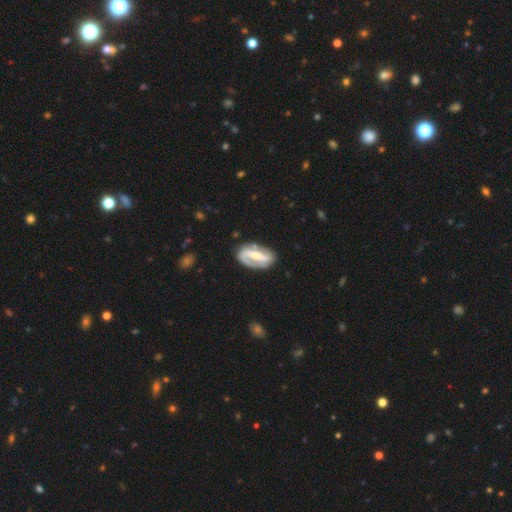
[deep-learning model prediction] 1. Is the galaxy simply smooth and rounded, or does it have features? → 81% featured or disk, 15% smooth, 4% star or artifact.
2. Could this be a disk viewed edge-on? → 94% no, 6% yes.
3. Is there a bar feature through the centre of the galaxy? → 61% strong, 25% weak, 14% no.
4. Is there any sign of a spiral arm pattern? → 84% yes, 16% no.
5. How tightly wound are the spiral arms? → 37% loose, 36% medium, 27% tight.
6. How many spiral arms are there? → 78% 2, 12% 1, 7% can't tell, 1% 3, 1% 4, 1% more than 4.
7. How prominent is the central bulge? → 48% small, 43% moderate, 4% none, 4% large, 1% dominant.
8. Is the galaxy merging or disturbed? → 76% none, 16% minor disturbance, 6% major disturbance, 2% merger.